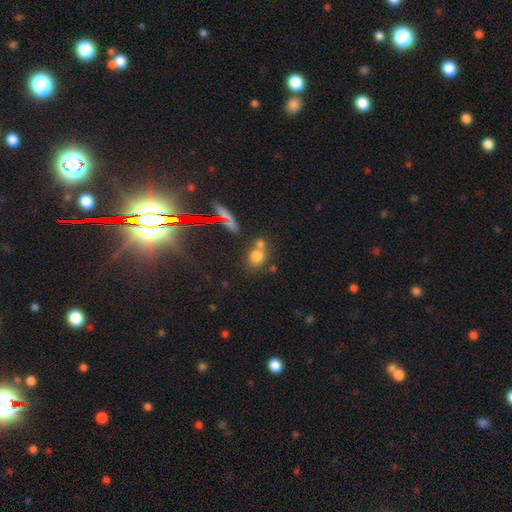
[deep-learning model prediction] Smooth or featured?
  - smooth: 72% *
  - star or artifact: 17%
  - featured or disk: 11%
How rounded?
  - round: 66% *
  - in between: 31%
  - cigar-shaped: 2%
Merging?
  - none: 48% *
  - merger: 36%
  - minor disturbance: 11%
  - major disturbance: 4%